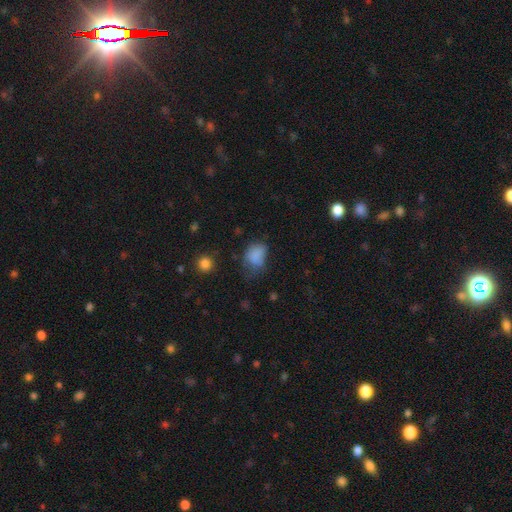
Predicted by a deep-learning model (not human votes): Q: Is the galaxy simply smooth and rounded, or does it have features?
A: smooth — 80%.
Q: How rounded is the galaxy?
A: in between — 69%.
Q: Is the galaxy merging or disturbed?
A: none — 39%.